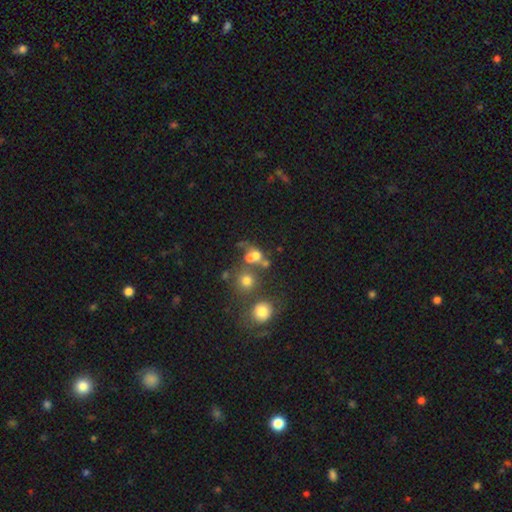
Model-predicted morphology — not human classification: smooth 56%, featured or disk 25%, star or artifact 19%. Down the decision tree: how rounded — round (62%); merging — merger (44%).